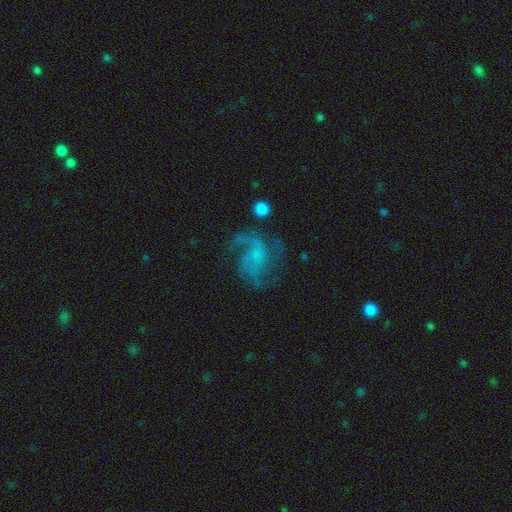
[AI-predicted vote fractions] A featured or disk galaxy (80%) with no bar (68%), 2 (41%) medium (46%) spiral arms (93%) and a small central bulge (48%).

Vote fractions:
- Smooth or featured? featured or disk: 80% / smooth: 11% / star or artifact: 9%
- Edge-on disk? no: 98% / yes: 2%
- Bar? no: 68% / weak: 28% / strong: 4%
- Spiral arms? yes: 93% / no: 7%
- Spiral winding? medium: 46% / loose: 41% / tight: 13%
- Spiral arm count? 2: 41% / 3: 25% / can't tell: 13% / 1: 10% / 4: 5% / more than 4: 5%
- Bulge size? small: 48% / none: 36% / moderate: 13% / large: 2% / dominant: 1%
- Merging? none: 57% / major disturbance: 23% / minor disturbance: 17% / merger: 3%